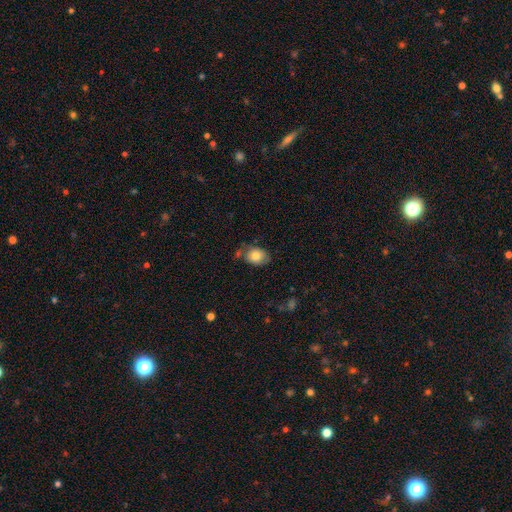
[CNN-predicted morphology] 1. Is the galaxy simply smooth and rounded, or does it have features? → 79% smooth, 13% featured or disk, 8% star or artifact.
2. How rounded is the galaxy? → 69% in between, 29% round, 1% cigar-shaped.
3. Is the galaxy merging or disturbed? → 64% none, 24% minor disturbance, 7% merger, 6% major disturbance.